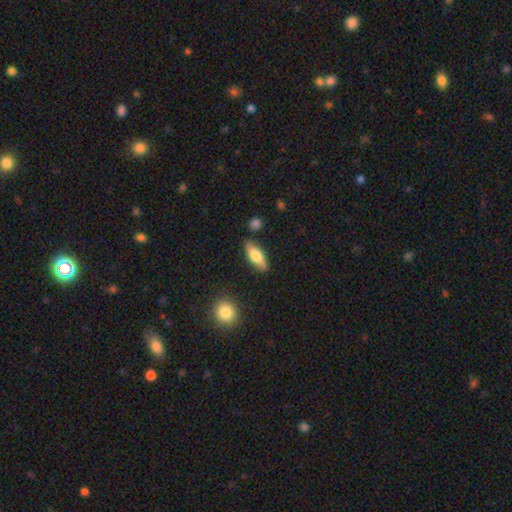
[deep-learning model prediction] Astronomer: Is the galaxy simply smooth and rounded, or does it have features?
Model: smooth — 68%.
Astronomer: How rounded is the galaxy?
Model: in between — 68%.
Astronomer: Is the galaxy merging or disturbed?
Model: none — 82%.